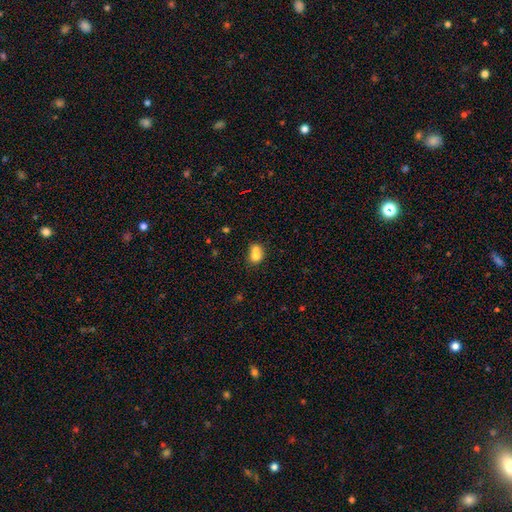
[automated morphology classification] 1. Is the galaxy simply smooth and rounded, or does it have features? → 72% smooth, 17% featured or disk, 11% star or artifact.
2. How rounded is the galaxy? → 59% round, 40% in between, 1% cigar-shaped.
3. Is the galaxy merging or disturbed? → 60% merger, 27% none, 9% minor disturbance, 4% major disturbance.